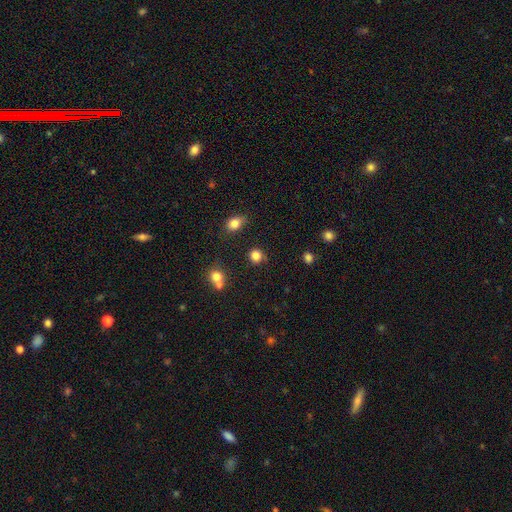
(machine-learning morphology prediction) This appears to be a smooth galaxy with no disk features (82%) that is round (88%). Merging: none (78%).